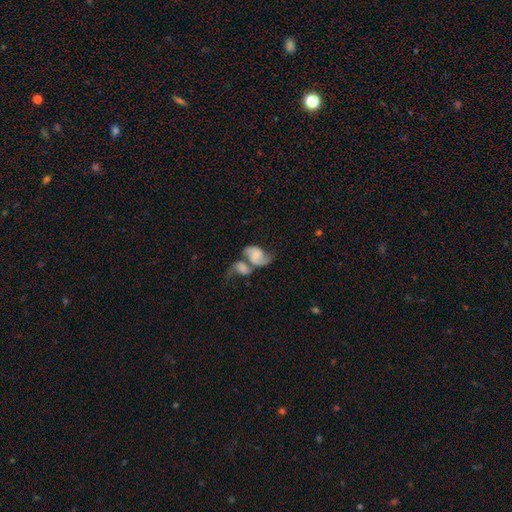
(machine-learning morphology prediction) smooth_or_featured: featured or disk (p=0.71) [alt: smooth p=0.22]
disk_edge_on: no (p=0.97) [alt: yes p=0.03]
bar: no (p=0.64) [alt: weak p=0.29]
has_spiral_arms: yes (p=0.91) [alt: no p=0.09]
spiral_winding: loose (p=0.44) [alt: medium p=0.41]
spiral_arm_count: 2 (p=0.84) [alt: 1 p=0.07]
bulge_size: small (p=0.43) [alt: moderate p=0.26]
merging: merger (p=0.65) [alt: none p=0.16]